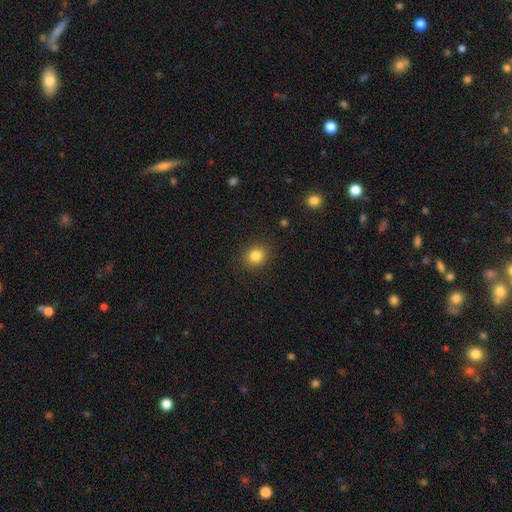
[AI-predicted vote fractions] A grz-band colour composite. It shows a smooth galaxy with no disk features (84%) that is round (78%). Merging: none (89%).